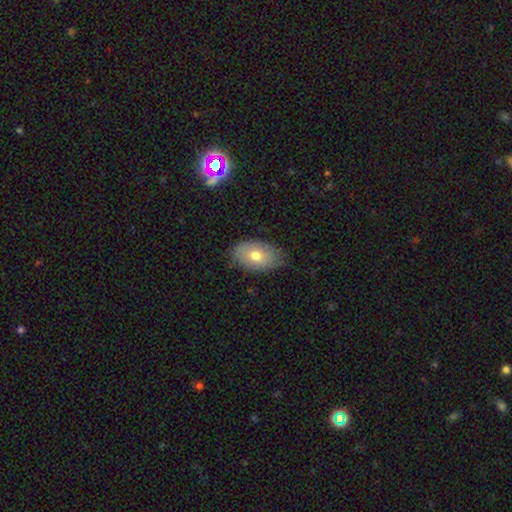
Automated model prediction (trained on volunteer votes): This appears to be a smooth galaxy with no disk features (71%) that is in between round and cigar-shaped (90%). Merging: none (73%).